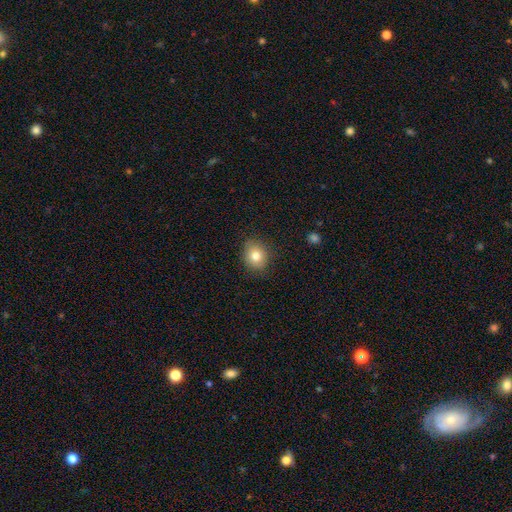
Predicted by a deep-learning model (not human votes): smooth 80%, star or artifact 10%, featured or disk 10%. Down the decision tree: how rounded — round (68%); merging — none (85%).